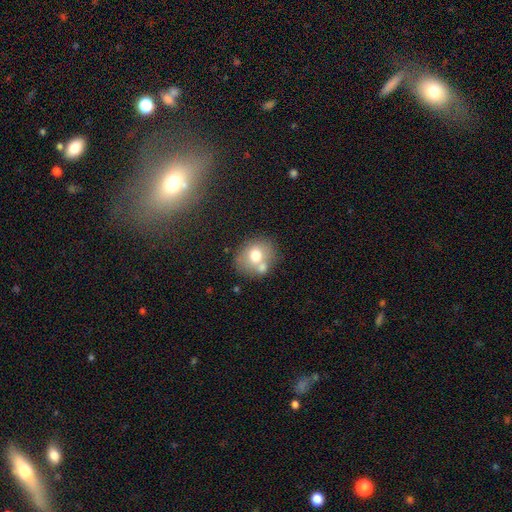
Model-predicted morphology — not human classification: smooth_or_featured: smooth (p=0.68) [alt: featured or disk p=0.21]
how_rounded: round (p=0.66) [alt: in between p=0.33]
merging: none (p=0.55) [alt: merger p=0.26]